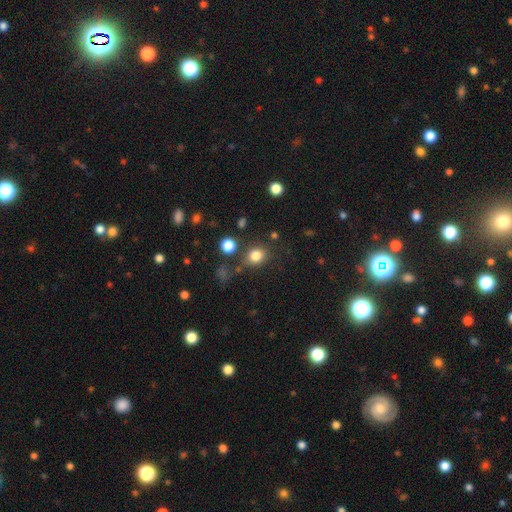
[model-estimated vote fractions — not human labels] Smooth or featured?
  - smooth: 81% *
  - star or artifact: 13%
  - featured or disk: 6%
How rounded?
  - round: 62% *
  - in between: 37%
  - cigar-shaped: 1%
Merging?
  - none: 75% *
  - minor disturbance: 13%
  - merger: 7%
  - major disturbance: 5%